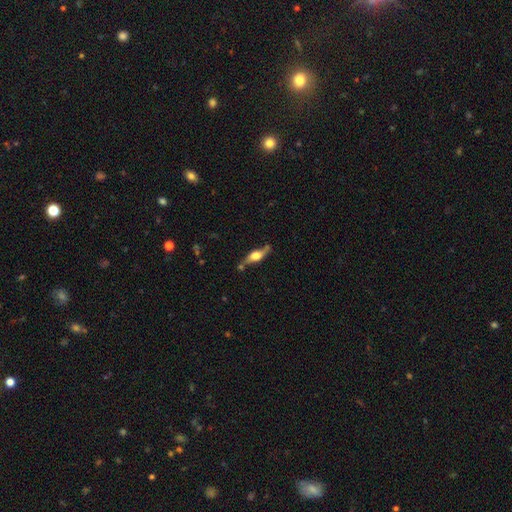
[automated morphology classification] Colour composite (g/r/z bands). It shows a featured or disk galaxy (60%) viewed edge-on (81%). Merging: none (67%).